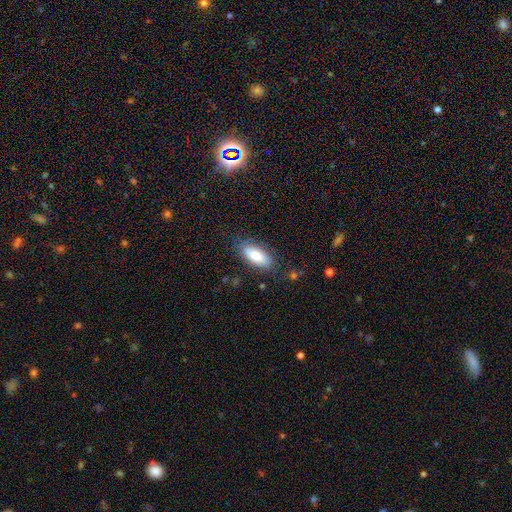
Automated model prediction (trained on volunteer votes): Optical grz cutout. It shows a smooth galaxy with no disk features (79%) that is in between round and cigar-shaped (86%). Merging: none (79%).